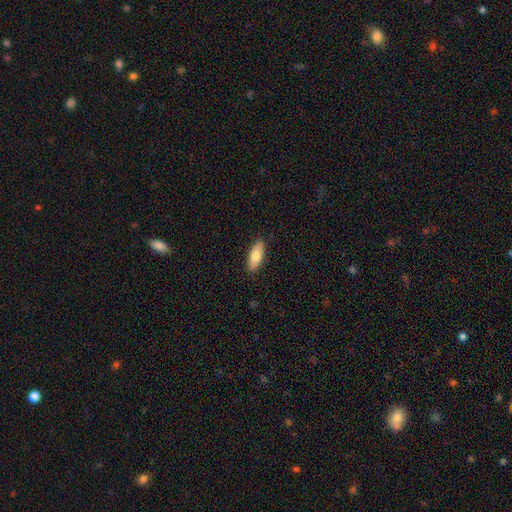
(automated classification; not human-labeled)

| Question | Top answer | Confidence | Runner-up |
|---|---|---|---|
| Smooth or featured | smooth | 77% | featured or disk (17%) |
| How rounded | in between | 75% | cigar-shaped (23%) |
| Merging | none | 89% | minor disturbance (8%) |